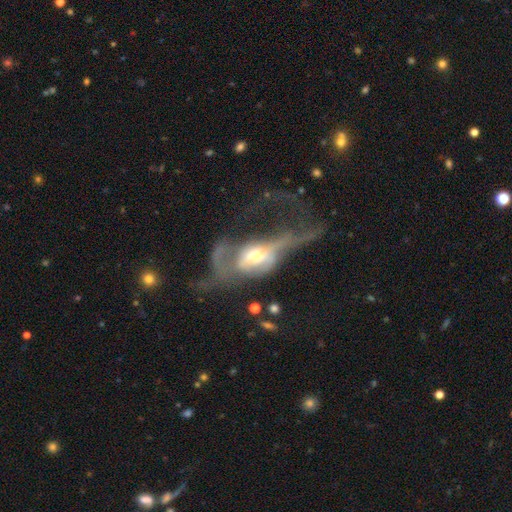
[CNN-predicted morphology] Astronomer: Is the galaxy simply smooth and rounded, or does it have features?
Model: featured or disk — 65%.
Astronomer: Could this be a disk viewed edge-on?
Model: no — 84%.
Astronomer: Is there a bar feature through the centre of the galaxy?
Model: no — 64%.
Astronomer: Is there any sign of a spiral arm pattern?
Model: no — 56% (runner-up: yes, 44%).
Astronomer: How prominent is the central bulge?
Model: moderate — 58%.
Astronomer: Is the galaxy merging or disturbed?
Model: major disturbance — 66%.